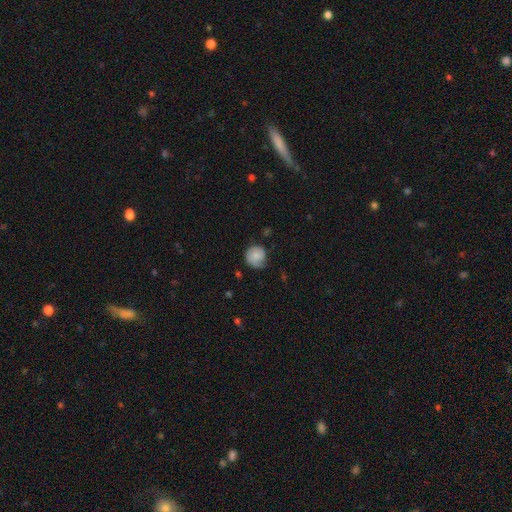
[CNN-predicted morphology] type=smooth (60%); roundness=round (84%); merging=none (60%).